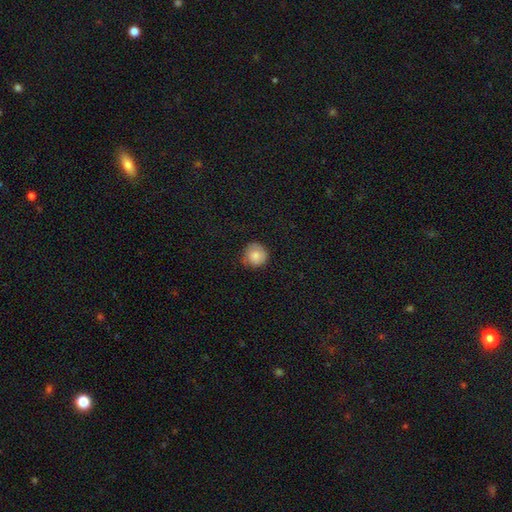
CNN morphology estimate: This is clearly a smooth galaxy (80%). How rounded: clearly round (91%). Merging: likely none (72%).